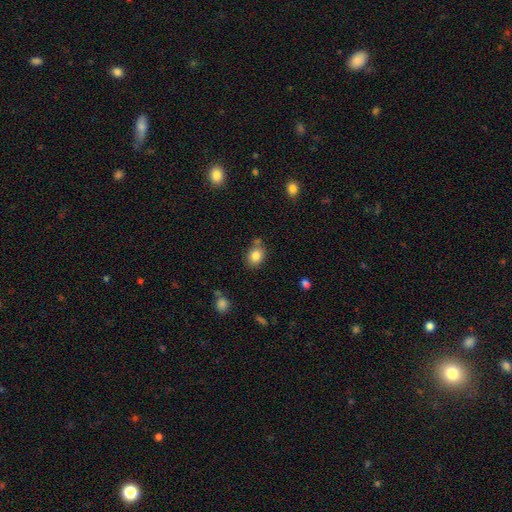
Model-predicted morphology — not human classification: This appears to be a smooth galaxy with no disk features (83%) that is in between round and cigar-shaped (51%). Merging: none (68%).